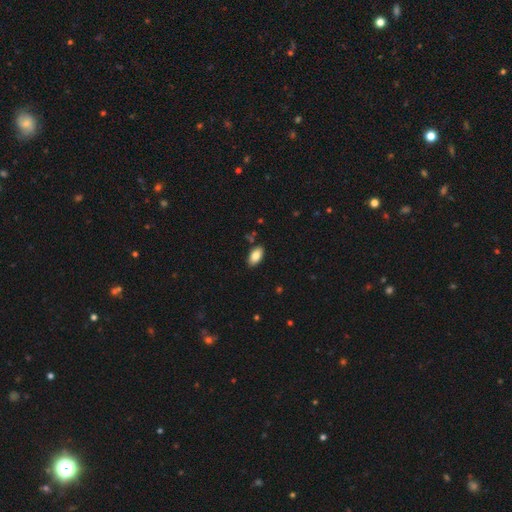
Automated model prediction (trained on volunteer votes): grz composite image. It shows a smooth galaxy with no disk features (85%) that is in between round and cigar-shaped (93%). Merging: none (85%).